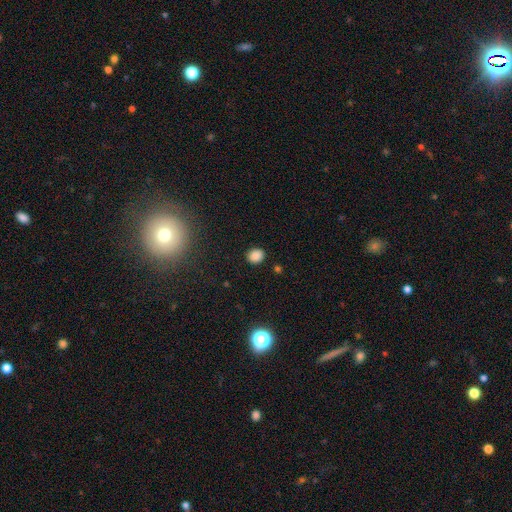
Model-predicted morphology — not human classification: This appears to be a smooth galaxy with no disk features (85%) that is round (73%). Merging: none (89%).